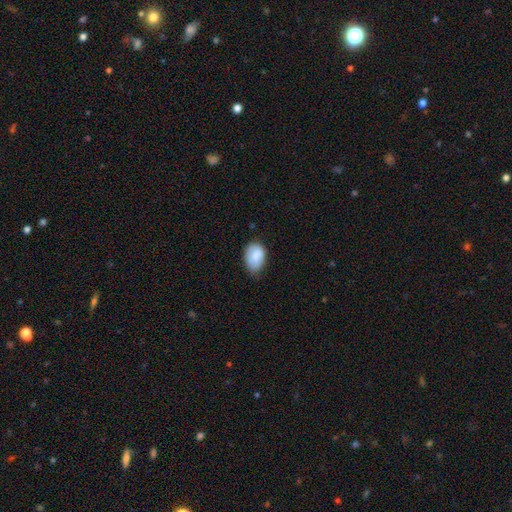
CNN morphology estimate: This is clearly a smooth galaxy (83%). How rounded: clearly in between (87%). Merging: possibly none (55%).